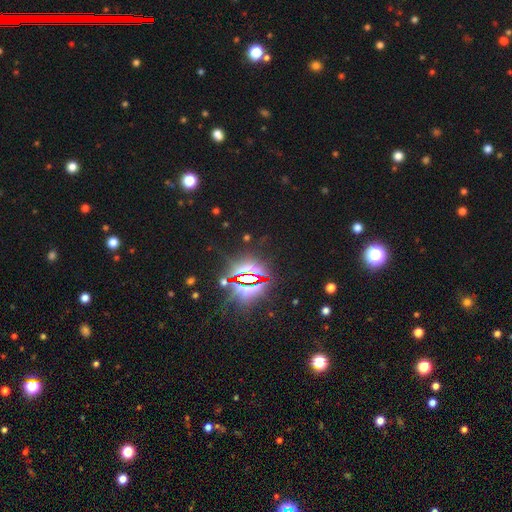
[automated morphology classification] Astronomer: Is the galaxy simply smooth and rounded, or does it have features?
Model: star or artifact — 84%.